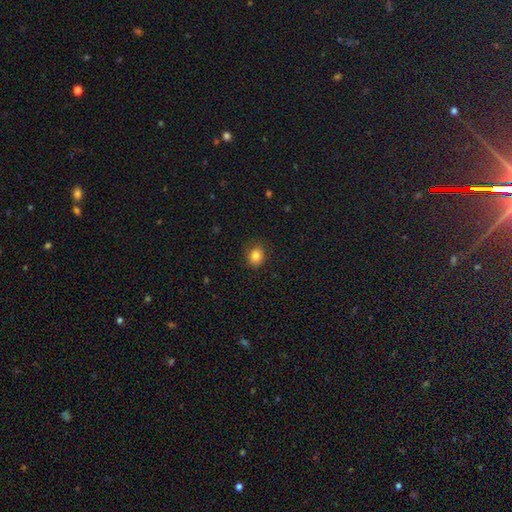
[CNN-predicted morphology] Smooth or featured: smooth — 83% (star or artifact — 11%)
How rounded: round — 68% (in between — 32%)
Merging: none — 84% (minor disturbance — 12%)